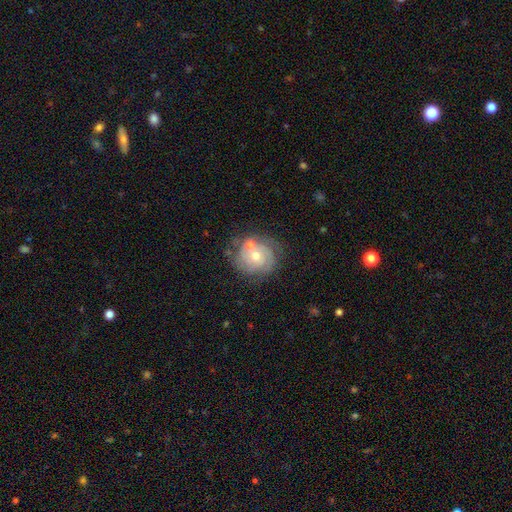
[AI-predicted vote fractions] This is likely a featured or disk galaxy (69%). It is clearly not viewed edge-on (97%). Bar: likely no (77%). Spiral arm pattern: clearly yes (85%). Spiral arm count: marginally can't tell (36%). Spiral winding: likely tight (68%). Central bulge: possibly moderate (57%). Merging: likely none (64%).